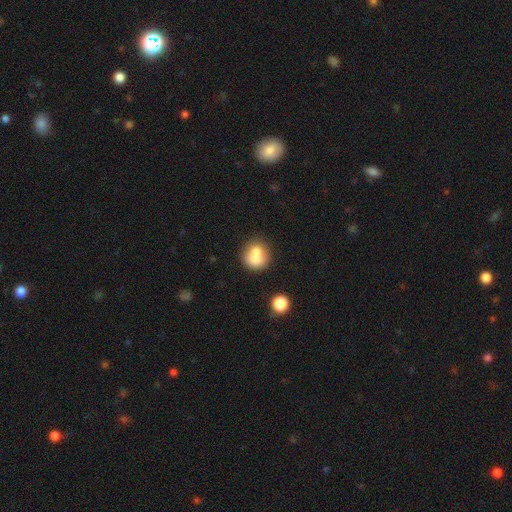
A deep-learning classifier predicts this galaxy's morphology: Smooth or featured: smooth — 73% (featured or disk — 17%)
How rounded: round — 80% (in between — 19%)
Merging: none — 46% (merger — 37%)